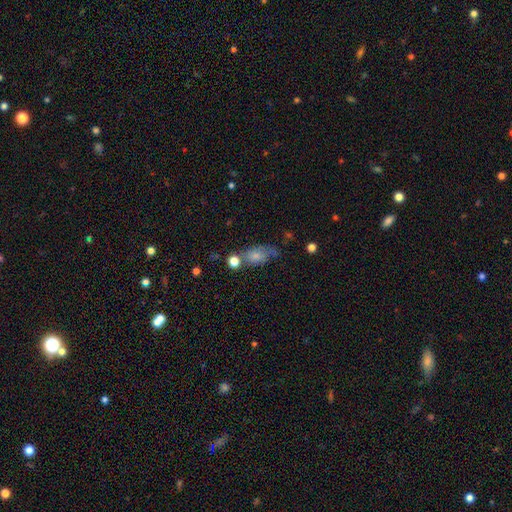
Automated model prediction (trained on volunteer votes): smooth_or_featured: smooth (p=0.67) [alt: featured or disk p=0.22]
how_rounded: in between (p=0.78) [alt: round p=0.15]
merging: none (p=0.45) [alt: minor disturbance p=0.26]